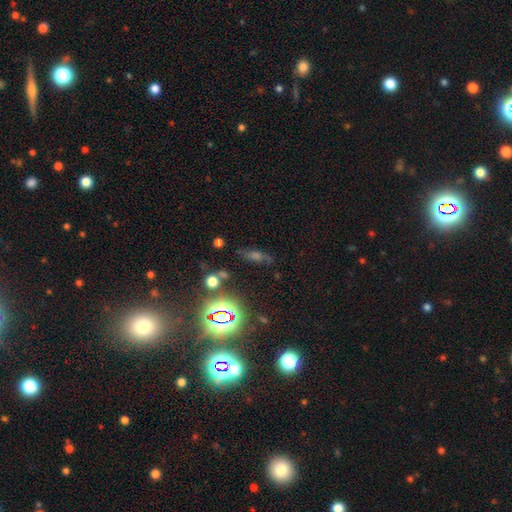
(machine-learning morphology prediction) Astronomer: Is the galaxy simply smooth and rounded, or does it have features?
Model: star or artifact — 46% (runner-up: smooth, 29%).